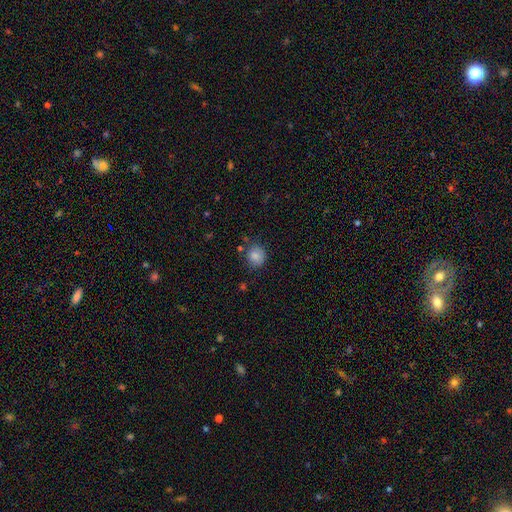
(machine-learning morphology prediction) The model was most divided on "how rounded": round: 80%, in between: 19%, cigar-shaped: 1%. More confident: smooth or featured — smooth (84%); merging — none (79%).